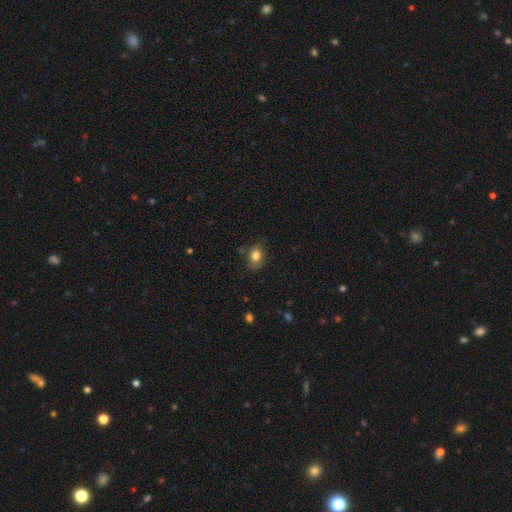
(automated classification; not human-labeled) Morphology: type=smooth (80%); roundness=in between (62%); merging=none (73%).